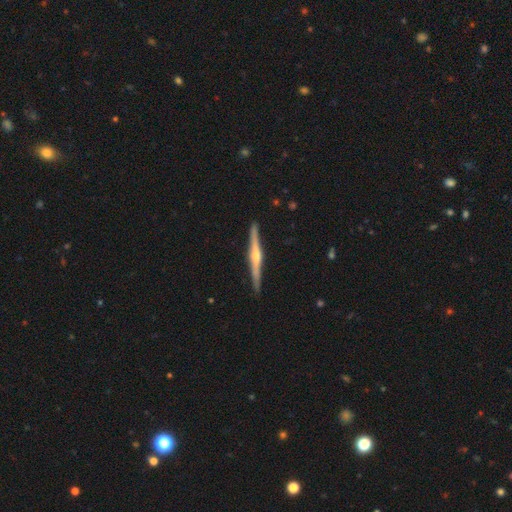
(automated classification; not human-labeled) Smooth or featured: featured or disk — 80% (smooth — 15%)
Edge-on disk: yes — 98% (no — 2%)
Edge-on bulge: rounded — 89% (none — 6%)
Merging: none — 90% (minor disturbance — 7%)